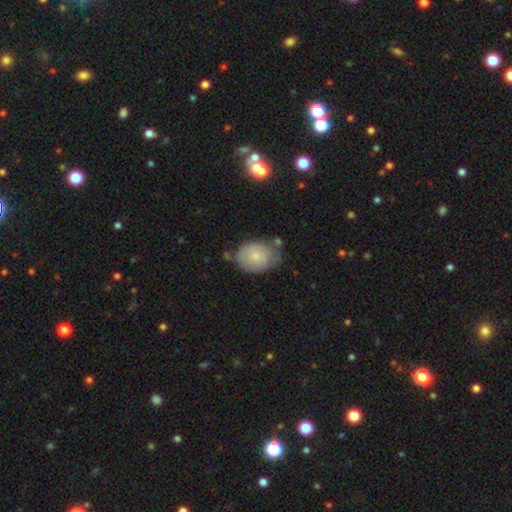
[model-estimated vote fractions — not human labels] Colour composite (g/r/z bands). It shows a smooth galaxy with no disk features (63%) that is in between round and cigar-shaped (59%). Merging: none (57%).